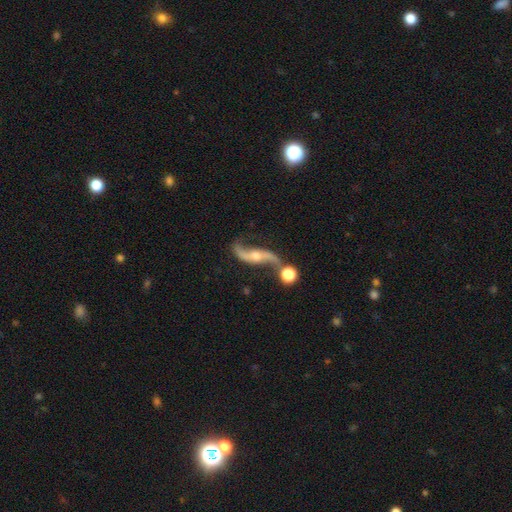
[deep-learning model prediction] smooth_or_featured: featured or disk (p=0.89) [alt: smooth p=0.06]
disk_edge_on: no (p=0.89) [alt: yes p=0.11]
bar: no (p=0.58) [alt: weak p=0.26]
has_spiral_arms: yes (p=0.96) [alt: no p=0.04]
spiral_winding: loose (p=0.90) [alt: medium p=0.07]
spiral_arm_count: 2 (p=0.94) [alt: 1 p=0.02]
bulge_size: moderate (p=0.56) [alt: small p=0.35]
merging: none (p=0.65) [alt: minor disturbance p=0.15]